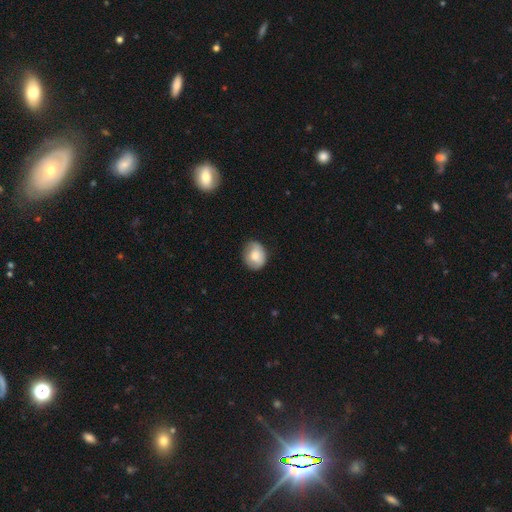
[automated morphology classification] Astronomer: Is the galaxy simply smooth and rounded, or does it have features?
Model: smooth — 75%.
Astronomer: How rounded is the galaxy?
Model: round — 54% (runner-up: in between, 45%).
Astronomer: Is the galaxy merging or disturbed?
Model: none — 68%.